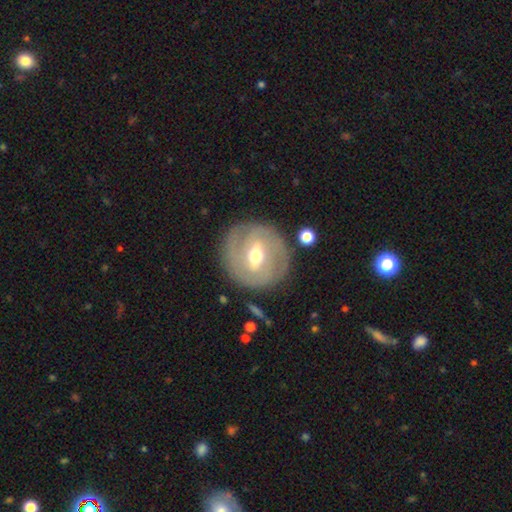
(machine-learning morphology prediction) type=featured or disk (70%); edge-on=no (93%); bar=weak (48%); spiral arms=yes (62%); bulge=moderate (70%); merging=none (83%).